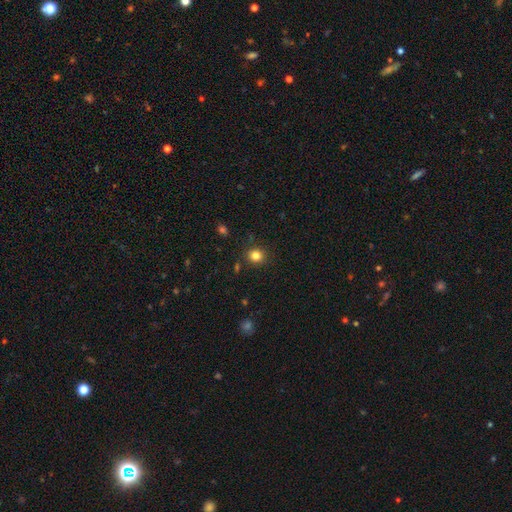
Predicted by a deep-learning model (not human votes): smooth-or-featured: smooth: 82% | star or artifact: 12% | featured or disk: 5%
  how-rounded: round: 85% | in between: 14% | cigar-shaped: 1%
  merging: none: 88% | minor disturbance: 7% | major disturbance: 2% | merger: 2%